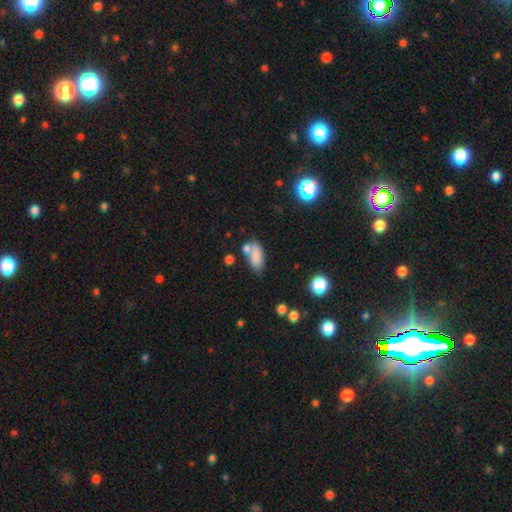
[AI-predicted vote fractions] Morphology: type=smooth (81%); roundness=in between (87%); merging=none (50%).